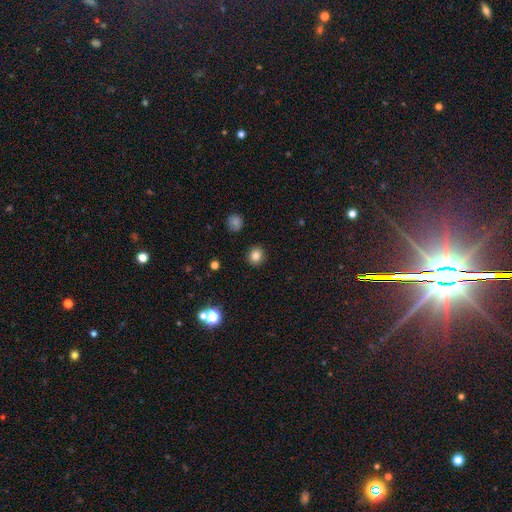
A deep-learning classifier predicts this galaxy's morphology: smooth-or-featured: smooth: 83% | star or artifact: 12% | featured or disk: 5%
  how-rounded: round: 87% | in between: 12% | cigar-shaped: 1%
  merging: none: 91% | minor disturbance: 6% | major disturbance: 2% | merger: 1%